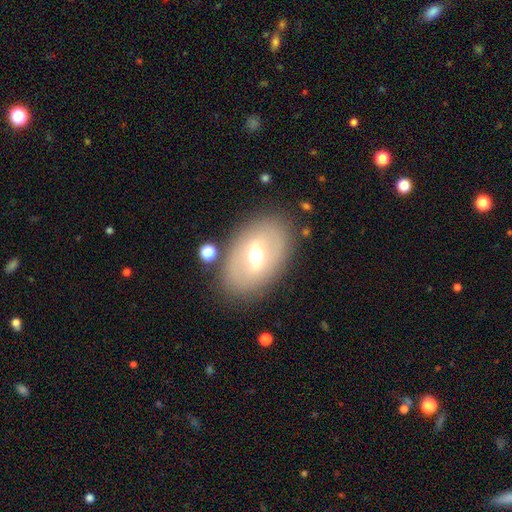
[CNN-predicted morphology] A featured or disk galaxy (51%). Merging: none (81%).